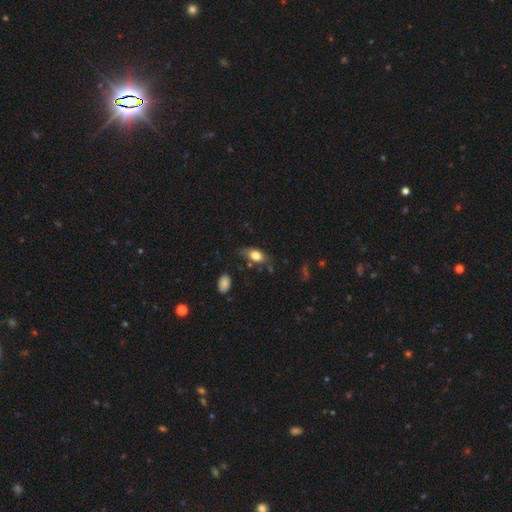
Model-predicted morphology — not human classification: This appears to be a smooth galaxy with no disk features (75%) that is in between round and cigar-shaped (84%). Merging: none (65%).